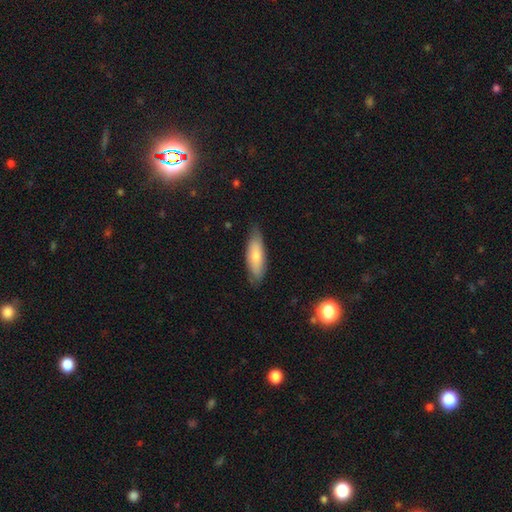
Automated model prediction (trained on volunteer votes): Overall: smooth (71%). How rounded: in between (59%; cigar-shaped 39%). Merging: none (77%).